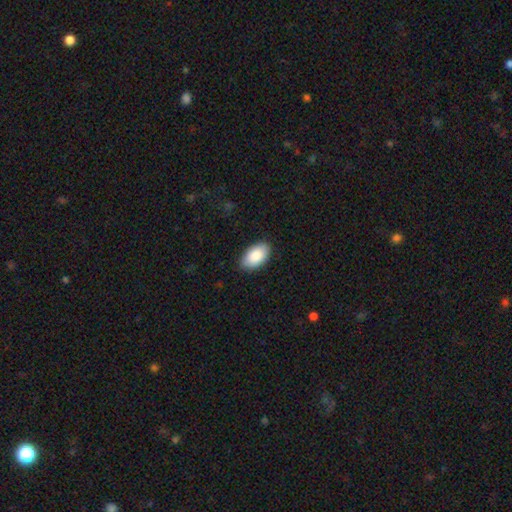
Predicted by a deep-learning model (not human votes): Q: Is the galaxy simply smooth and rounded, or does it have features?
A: smooth — 88%.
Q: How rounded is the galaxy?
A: in between — 95%.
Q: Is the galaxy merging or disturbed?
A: none — 86%.